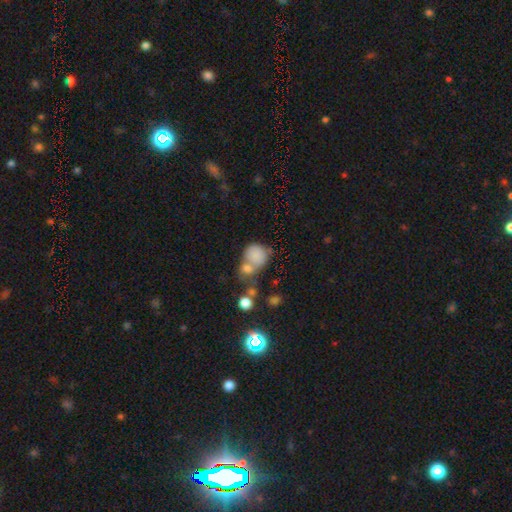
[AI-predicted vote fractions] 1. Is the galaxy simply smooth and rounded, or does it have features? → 77% smooth, 12% featured or disk, 11% star or artifact.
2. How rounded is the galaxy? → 70% round, 28% in between, 1% cigar-shaped.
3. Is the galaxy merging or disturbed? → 50% merger, 32% none, 11% minor disturbance, 7% major disturbance.